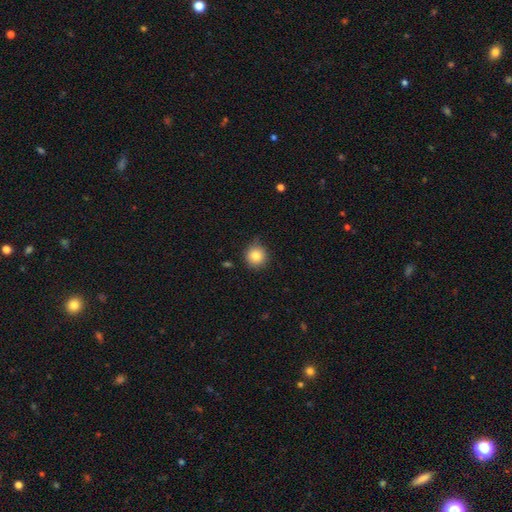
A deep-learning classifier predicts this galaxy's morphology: This appears to be a smooth galaxy with no disk features (83%) that is round (94%). Merging: none (81%).